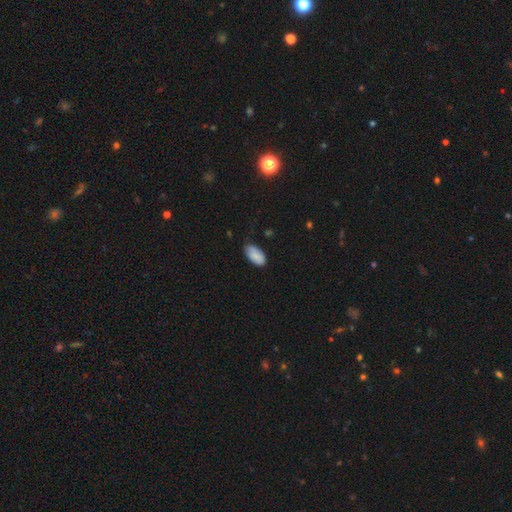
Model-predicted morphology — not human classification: The model was most divided on "merging": none: 67%, minor disturbance: 27%, major disturbance: 4%, merger: 2%. More confident: how rounded — in between (94%); smooth or featured — smooth (86%).